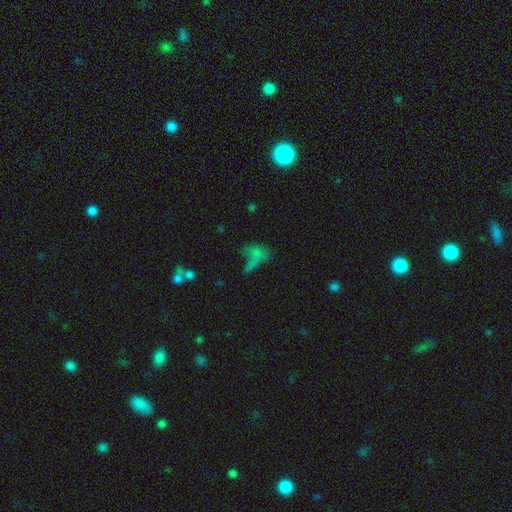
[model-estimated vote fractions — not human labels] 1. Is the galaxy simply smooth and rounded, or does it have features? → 59% smooth, 21% star or artifact, 20% featured or disk.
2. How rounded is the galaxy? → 71% in between, 16% round, 13% cigar-shaped.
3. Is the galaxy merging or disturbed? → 32% major disturbance, 30% none, 22% merger, 16% minor disturbance.